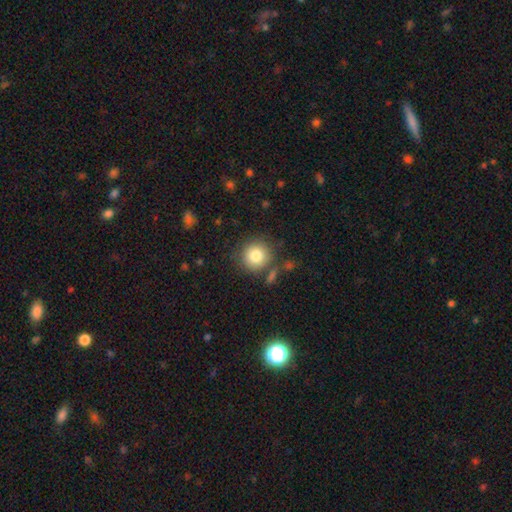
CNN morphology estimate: smooth_or_featured: smooth (p=0.81) [alt: star or artifact p=0.10]
how_rounded: round (p=0.92) [alt: in between p=0.07]
merging: none (p=0.80) [alt: minor disturbance p=0.10]